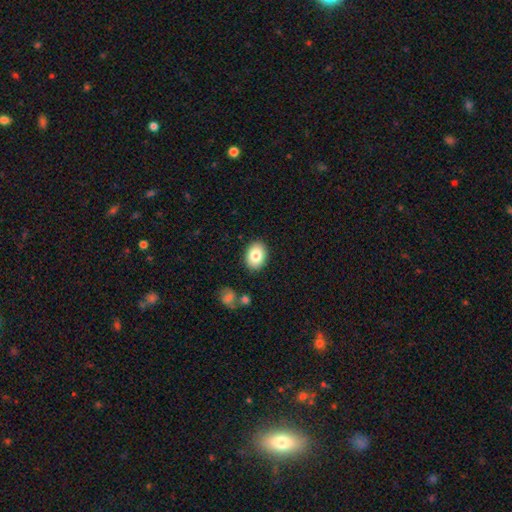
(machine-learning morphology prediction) Smooth or featured? smooth (82%)
How rounded? in between (74%)
Merging? none (87%)